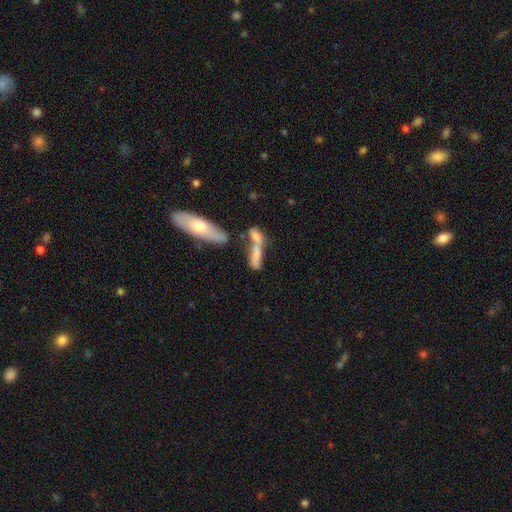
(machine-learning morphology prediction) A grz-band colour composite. It shows a smooth galaxy with no disk features (65%) that is cigar-shaped (54%). Merging: merger (58%).